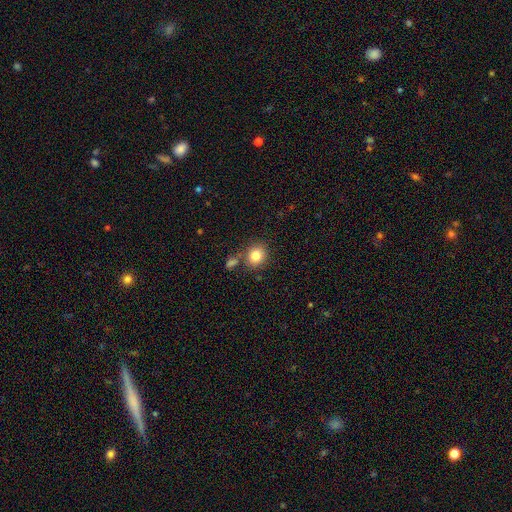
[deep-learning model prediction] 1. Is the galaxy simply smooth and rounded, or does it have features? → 82% smooth, 10% star or artifact, 7% featured or disk.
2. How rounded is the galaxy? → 74% round, 25% in between, 1% cigar-shaped.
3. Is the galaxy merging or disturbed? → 74% none, 11% merger, 11% minor disturbance, 3% major disturbance.